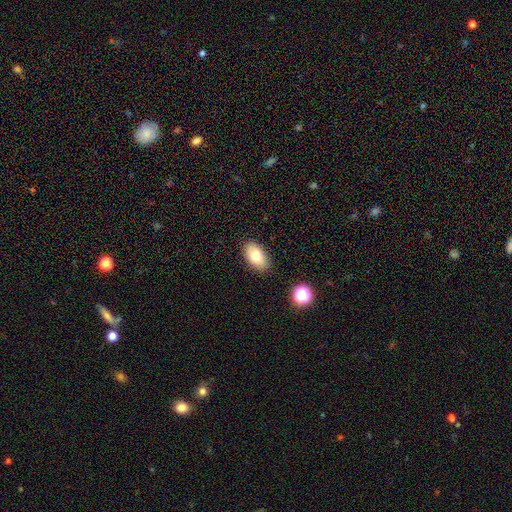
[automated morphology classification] smooth-or-featured: smooth: 78% | featured or disk: 14% | star or artifact: 8%
  how-rounded: in between: 92% | round: 6% | cigar-shaped: 2%
  merging: none: 86% | minor disturbance: 9% | major disturbance: 2% | merger: 2%